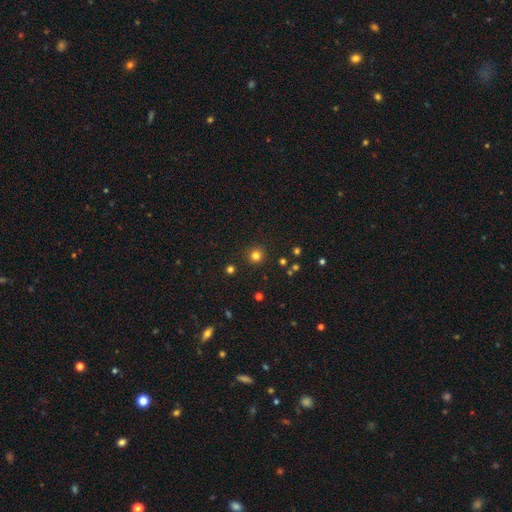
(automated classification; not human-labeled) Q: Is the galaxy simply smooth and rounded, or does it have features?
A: smooth — 79%.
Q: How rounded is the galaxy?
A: round — 95%.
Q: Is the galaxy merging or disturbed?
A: none — 90%.